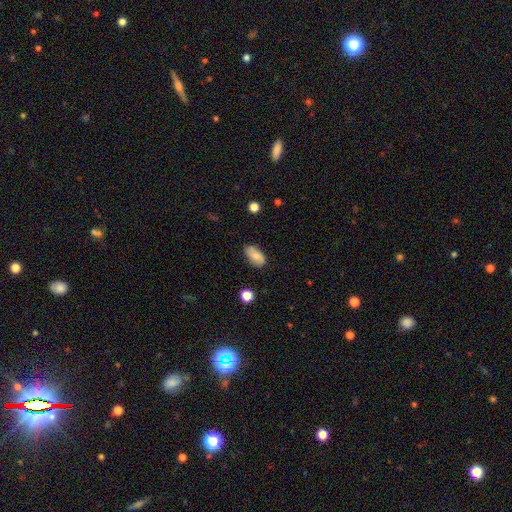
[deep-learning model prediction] smooth-or-featured: smooth: 78% | featured or disk: 14% | star or artifact: 8%
  how-rounded: in between: 92% | round: 5% | cigar-shaped: 4%
  merging: none: 75% | minor disturbance: 20% | major disturbance: 4% | merger: 2%